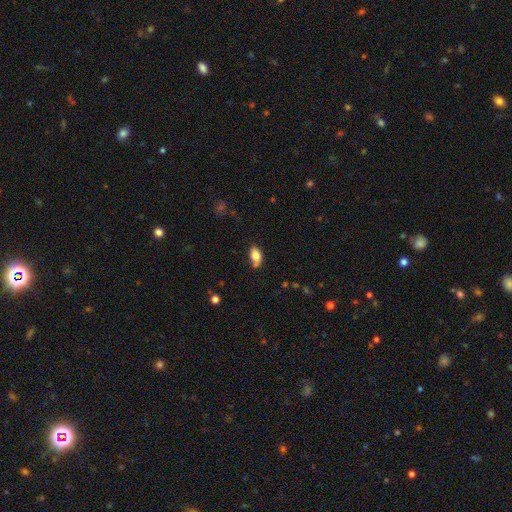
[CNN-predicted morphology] type=smooth (78%); roundness=in between (91%); merging=none (65%).